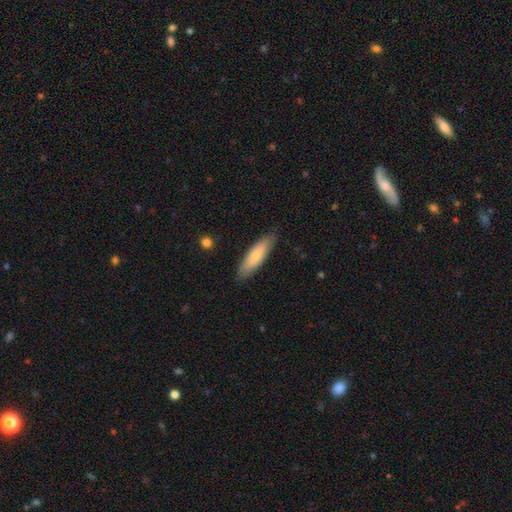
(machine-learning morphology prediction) A smooth galaxy with no disk features (74%) that is cigar-shaped (63%). Merging: none (85%).